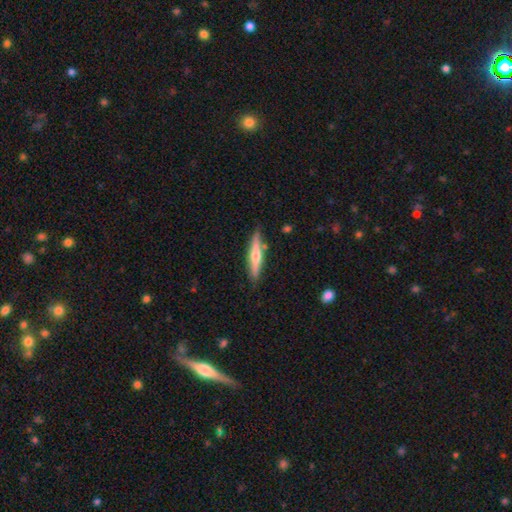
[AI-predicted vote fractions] This appears to be a featured or disk galaxy (52%) viewed edge-on (95%). Merging: none (83%).